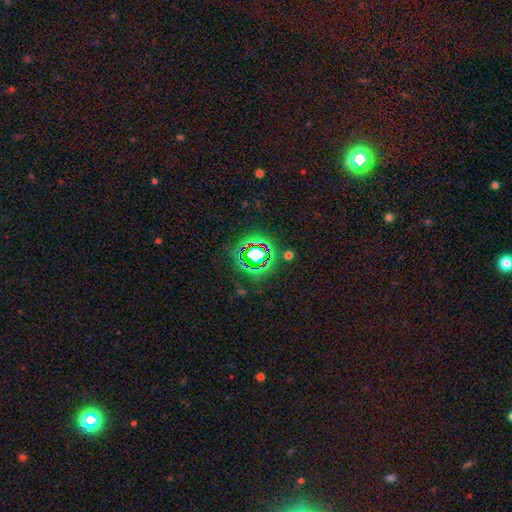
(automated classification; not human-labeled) The model was most divided on "smooth or featured": star or artifact: 68%, smooth: 19%, featured or disk: 13%.